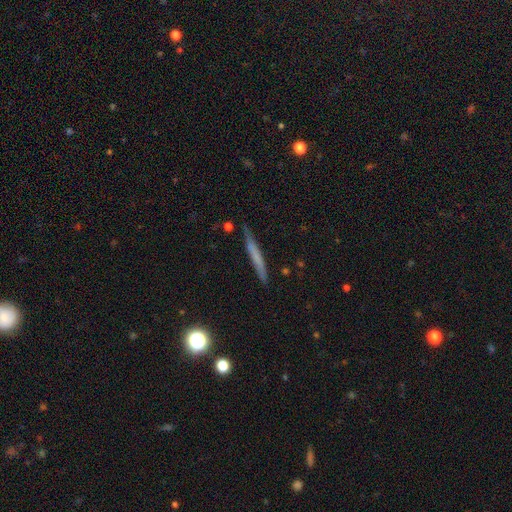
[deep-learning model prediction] Smooth or featured?
  - smooth: 54% *
  - featured or disk: 38%
  - star or artifact: 8%
How rounded?
  - cigar-shaped: 95% *
  - in between: 3%
  - round: 2%
Merging?
  - none: 86% *
  - minor disturbance: 10%
  - major disturbance: 2%
  - merger: 2%